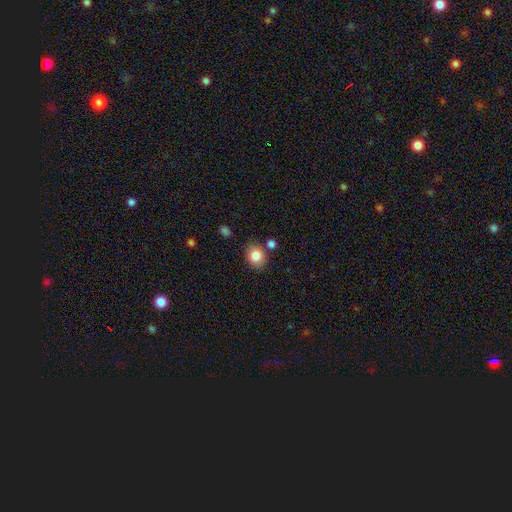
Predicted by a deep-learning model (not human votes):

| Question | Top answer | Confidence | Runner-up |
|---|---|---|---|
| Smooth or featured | smooth | 84% | star or artifact (9%) |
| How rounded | round | 59% | in between (40%) |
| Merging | none | 78% | minor disturbance (12%) |